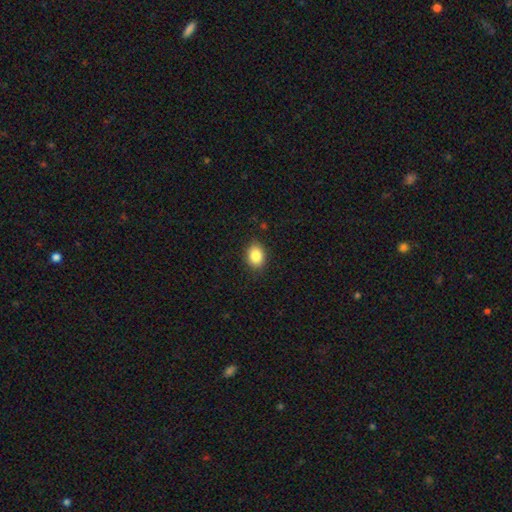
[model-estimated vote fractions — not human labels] Overall: smooth (86%). How rounded: in between (74%). Merging: none (86%).